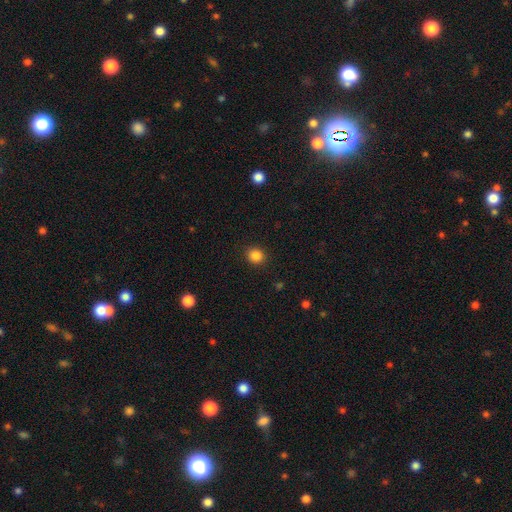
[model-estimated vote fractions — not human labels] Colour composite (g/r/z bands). It shows a smooth galaxy with no disk features (85%) that is round (81%). Merging: none (90%).